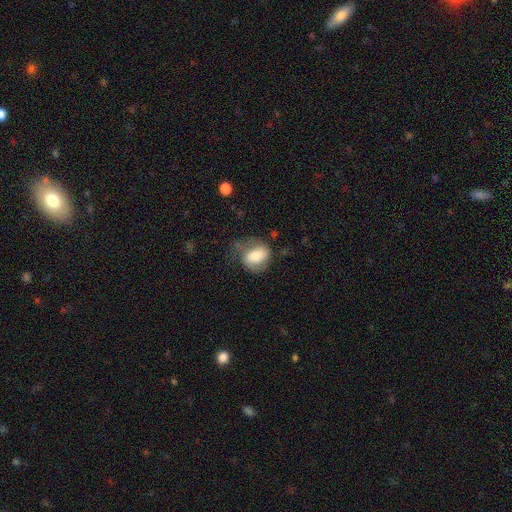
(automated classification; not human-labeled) A smooth galaxy with no disk features (61%) that is in between round and cigar-shaped (60%).

Vote fractions:
- Smooth or featured? smooth: 61% / featured or disk: 31% / star or artifact: 8%
- How rounded? in between: 60% / round: 38% / cigar-shaped: 2%
- Merging? none: 43% / minor disturbance: 30% / major disturbance: 25% / merger: 3%